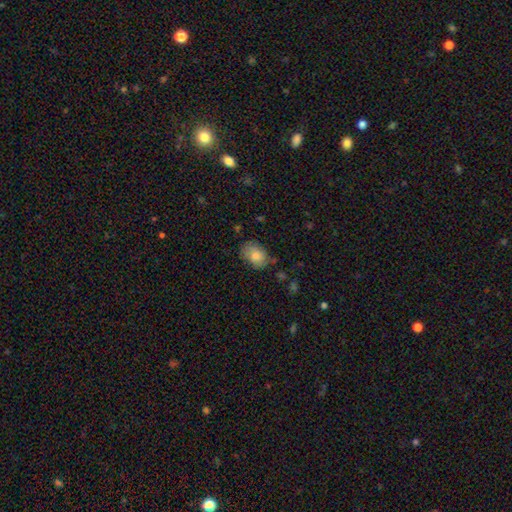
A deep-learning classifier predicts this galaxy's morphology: Smooth or featured? Predicted: smooth (p=0.79). How rounded? Predicted: in between (p=0.77). Merging? Predicted: none (p=0.68).